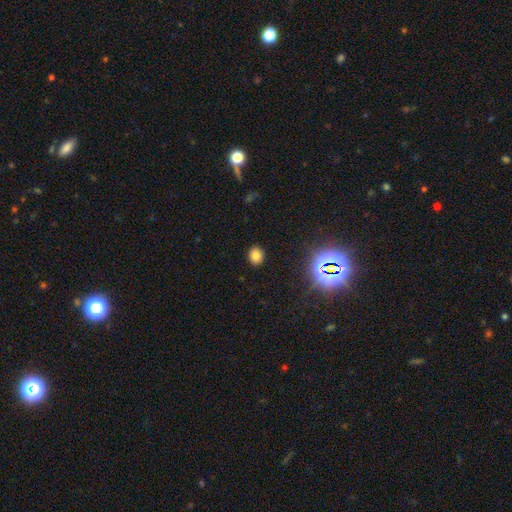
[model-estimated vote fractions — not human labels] This appears to be a smooth galaxy with no disk features (77%) that is round (62%). Merging: none (90%).